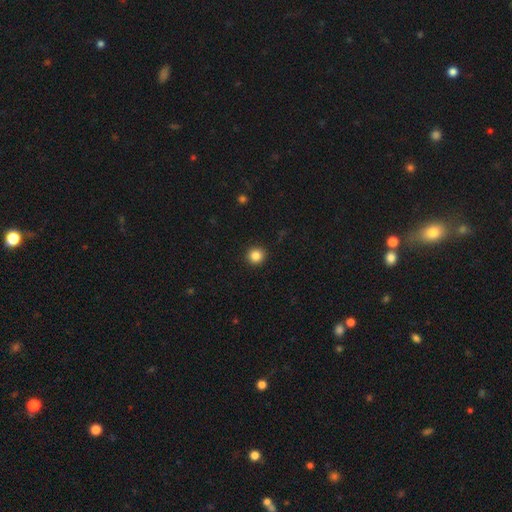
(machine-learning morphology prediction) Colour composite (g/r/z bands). It shows a smooth galaxy with no disk features (85%) that is round (94%). Merging: none (93%).